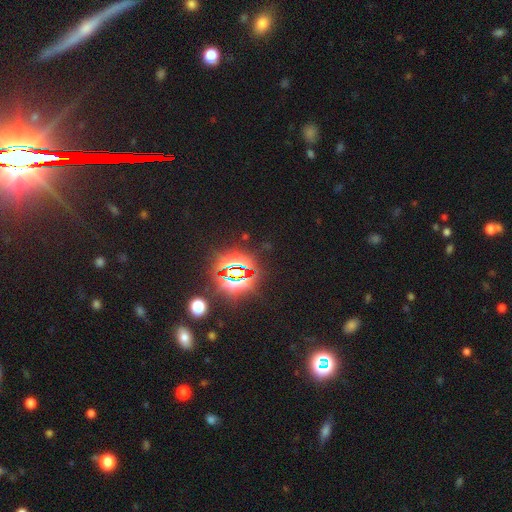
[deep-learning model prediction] star or artifact 82%, smooth 10%, featured or disk 8%.